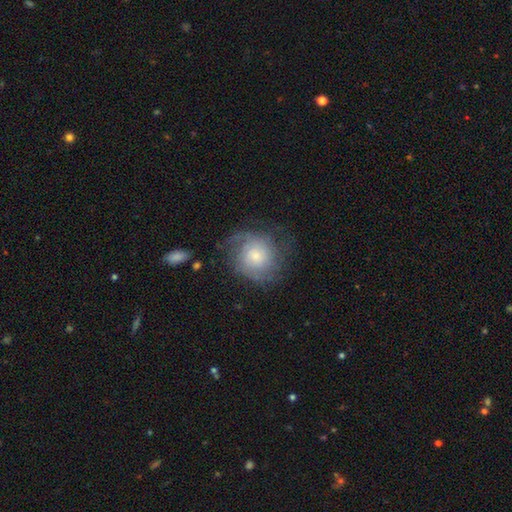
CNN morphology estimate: Smooth or featured?
  - featured or disk: 59% *
  - smooth: 34%
  - star or artifact: 8%
Edge-on disk?
  - no: 97% *
  - yes: 3%
Bar?
  - no: 77% *
  - weak: 20%
  - strong: 3%
Spiral arms?
  - yes: 86% *
  - no: 14%
Bulge size?
  - small: 51% *
  - moderate: 34%
  - large: 9%
  - none: 4%
  - dominant: 2%
Merging?
  - none: 60% *
  - minor disturbance: 21%
  - major disturbance: 18%
  - merger: 2%